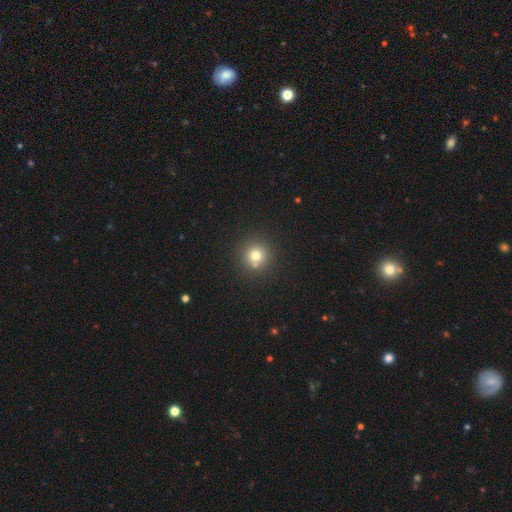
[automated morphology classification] Overall: smooth (75%). How rounded: round (94%). Merging: none (77%).